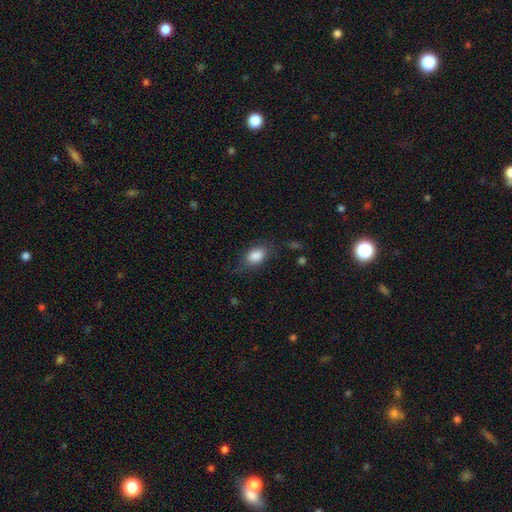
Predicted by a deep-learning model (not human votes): Smooth or featured? Predicted: smooth (p=0.84). How rounded? Predicted: in between (p=0.84). Merging? Predicted: none (p=0.67).